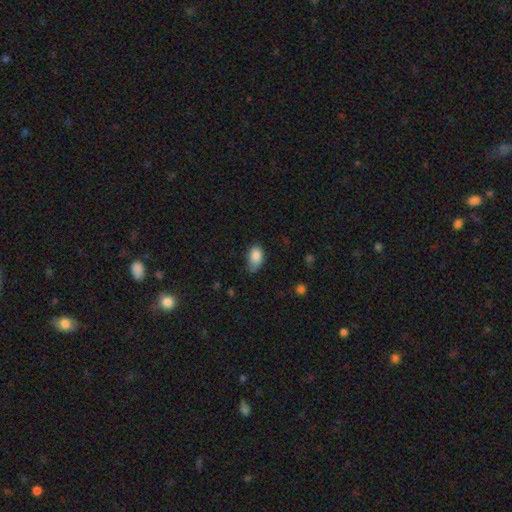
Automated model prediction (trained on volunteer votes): smooth_or_featured: smooth (p=0.85) [alt: star or artifact p=0.08]
how_rounded: in between (p=0.91) [alt: round p=0.08]
merging: none (p=0.49) [alt: minor disturbance p=0.39]